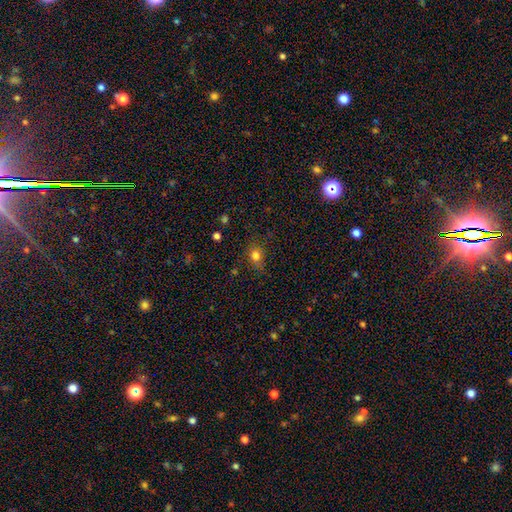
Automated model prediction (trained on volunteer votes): smooth_or_featured: smooth (p=0.78) [alt: star or artifact p=0.14]
how_rounded: round (p=0.51) [alt: in between p=0.47]
merging: none (p=0.73) [alt: minor disturbance p=0.19]